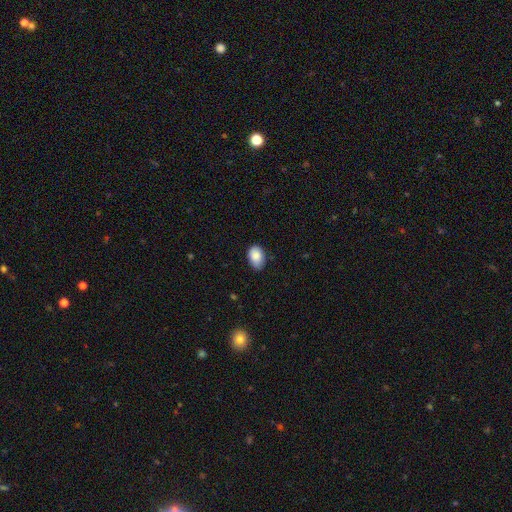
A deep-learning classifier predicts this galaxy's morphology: A smooth galaxy with no disk features (87%) that is in between round and cigar-shaped (86%). Merging: none (76%).